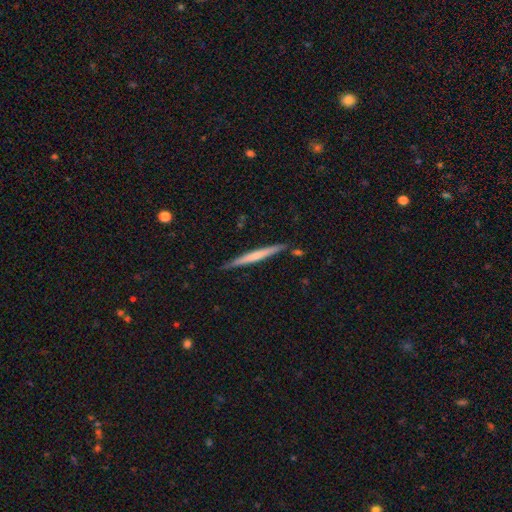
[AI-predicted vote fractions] Morphology: type=featured or disk (49%); merging=none (87%).